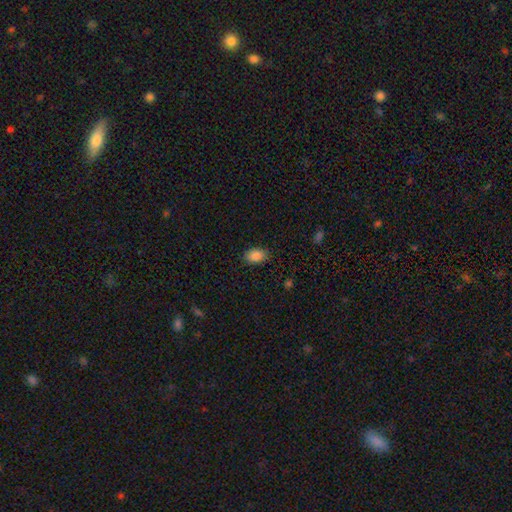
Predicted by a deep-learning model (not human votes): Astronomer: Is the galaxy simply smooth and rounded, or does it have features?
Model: smooth — 87%.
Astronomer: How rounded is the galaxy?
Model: in between — 86%.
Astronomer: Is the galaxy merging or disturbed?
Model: none — 86%.